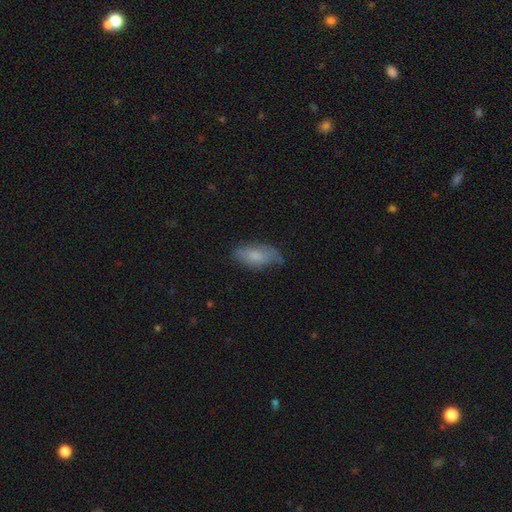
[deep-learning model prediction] Smooth or featured? smooth (71%)
How rounded? in between (87%)
Merging? none (57%)